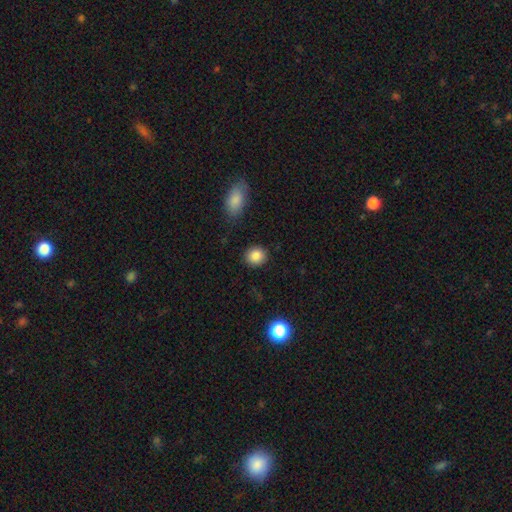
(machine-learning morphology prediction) Smooth or featured? Predicted: smooth (p=0.86). How rounded? Predicted: round (p=0.84). Merging? Predicted: none (p=0.89).